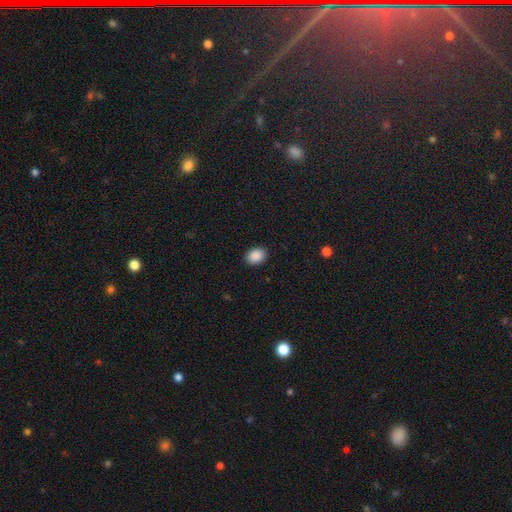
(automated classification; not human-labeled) smooth 89%, star or artifact 8%, featured or disk 3%. Down the decision tree: how rounded — in between (63%); merging — none (90%).